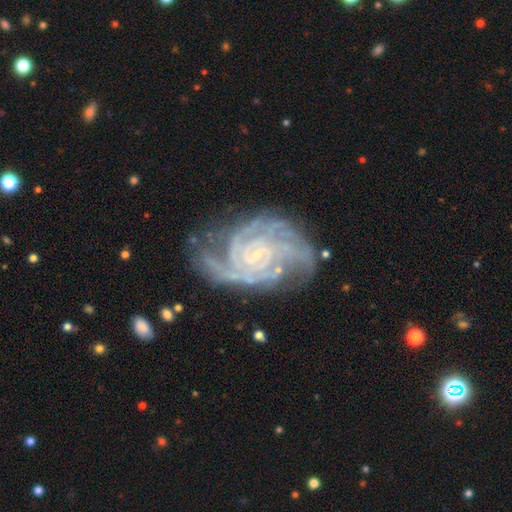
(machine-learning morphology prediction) smooth_or_featured: featured or disk (p=0.91) [alt: star or artifact p=0.06]
disk_edge_on: no (p=0.98) [alt: yes p=0.02]
bar: no (p=0.62) [alt: weak p=0.28]
has_spiral_arms: yes (p=0.98) [alt: no p=0.02]
spiral_winding: tight (p=0.72) [alt: medium p=0.25]
spiral_arm_count: 4 (p=0.26) [alt: 3 p=0.25]
bulge_size: small (p=0.79) [alt: none p=0.11]
merging: none (p=0.68) [alt: minor disturbance p=0.20]